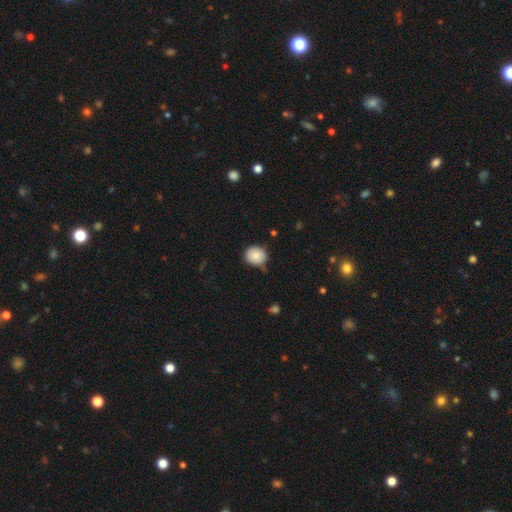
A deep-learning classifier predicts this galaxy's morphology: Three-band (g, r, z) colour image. It shows a smooth galaxy with no disk features (84%) that is round (80%). Merging: none (70%).